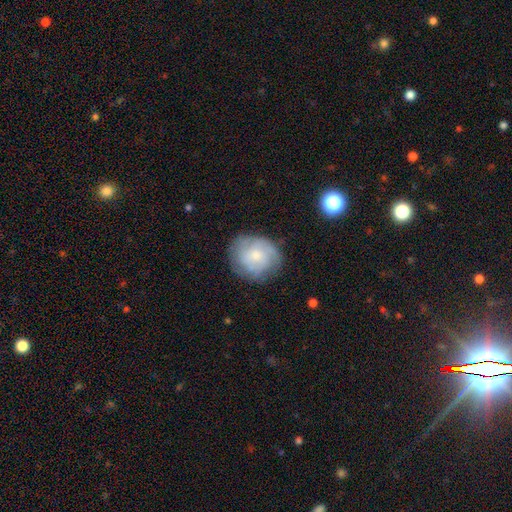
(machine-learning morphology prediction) Smooth or featured? Predicted: featured or disk (p=0.48). Merging? Predicted: none (p=0.73).